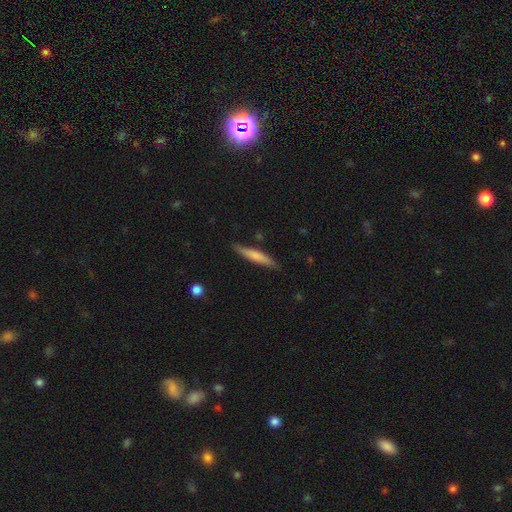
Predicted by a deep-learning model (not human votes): Overall: smooth (66%; featured or disk 29%). How rounded: cigar-shaped (91%). Merging: none (82%).